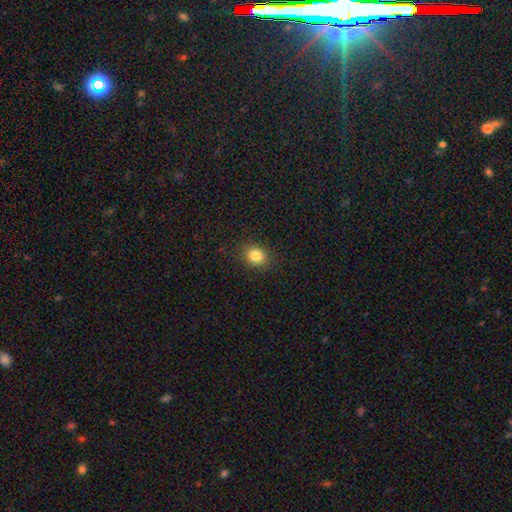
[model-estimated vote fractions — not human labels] smooth 84%, star or artifact 11%, featured or disk 5%. Down the decision tree: how rounded — round (68%); merging — none (88%).